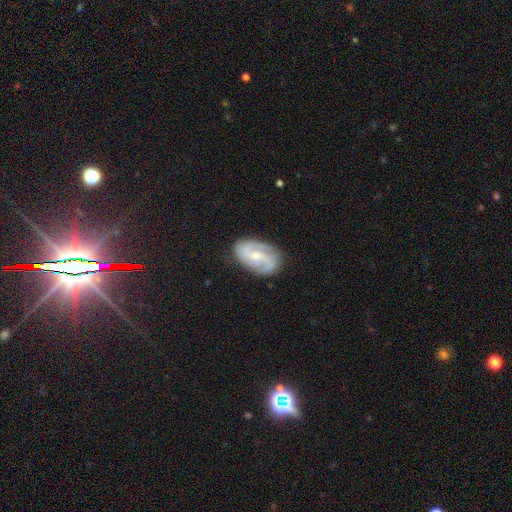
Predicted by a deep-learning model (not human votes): smooth-or-featured: featured or disk: 86% | smooth: 9% | star or artifact: 5%
  disk-edge-on: no: 97% | yes: 3%
    bar: weak: 44% | no: 42% | strong: 13%
    has-spiral-arms: yes: 97% | no: 3%
      spiral-winding: medium: 48% | tight: 38% | loose: 14%
      spiral-arm-count: 2: 74% | 3: 13% | can't tell: 7% | 1: 2% | 4: 2% | more than 4: 2%
    bulge-size: small: 51% | moderate: 44% | none: 3% | large: 2% | dominant: 1%
  merging: none: 81% | minor disturbance: 14% | major disturbance: 4% | merger: 1%